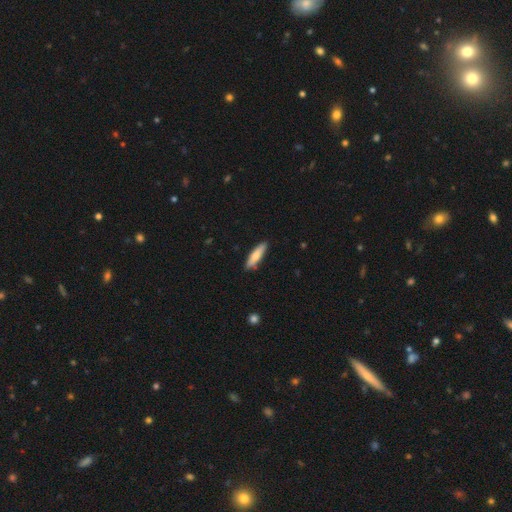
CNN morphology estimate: Smooth or featured? Predicted: smooth (p=0.74). How rounded? Predicted: cigar-shaped (p=0.70). Merging? Predicted: none (p=0.87).